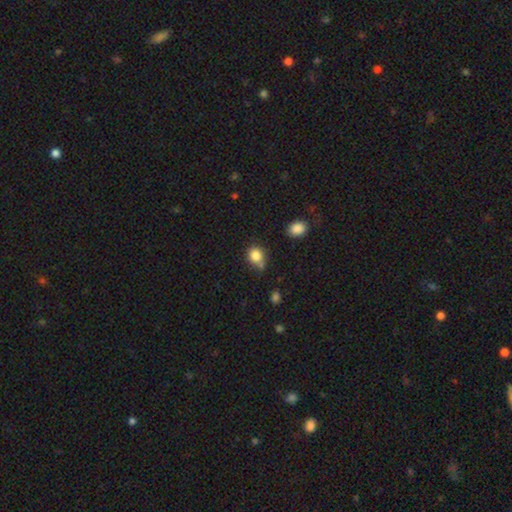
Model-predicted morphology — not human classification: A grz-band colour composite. It shows a smooth galaxy with no disk features (82%) that is round (73%). Merging: none (54%).